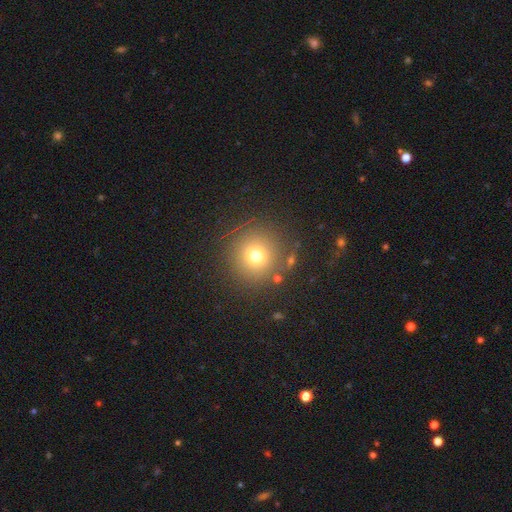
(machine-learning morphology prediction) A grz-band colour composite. It shows a smooth galaxy with no disk features (72%) that is round (94%). Merging: none (86%).